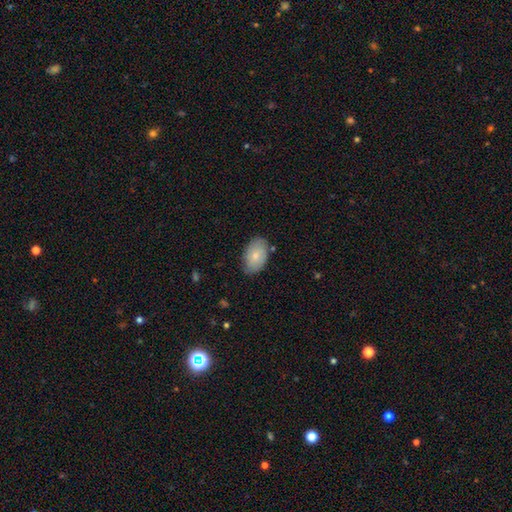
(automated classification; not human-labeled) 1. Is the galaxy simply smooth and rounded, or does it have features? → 76% smooth, 18% featured or disk, 6% star or artifact.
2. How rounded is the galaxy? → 91% in between, 8% round, 1% cigar-shaped.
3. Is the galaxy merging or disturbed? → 77% none, 17% minor disturbance, 3% major disturbance, 2% merger.